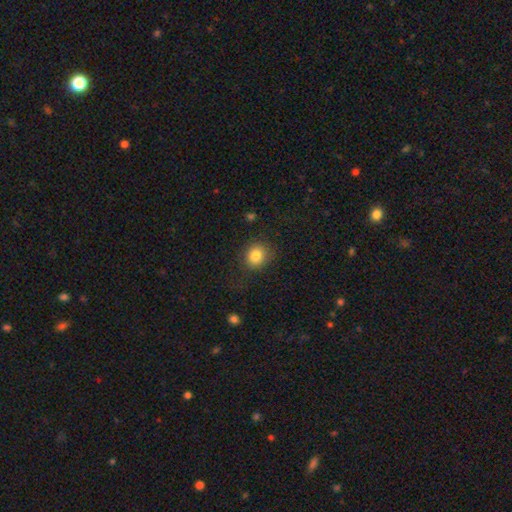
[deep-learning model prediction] smooth-or-featured: smooth: 83% | star or artifact: 10% | featured or disk: 7%
  how-rounded: round: 75% | in between: 24% | cigar-shaped: 1%
  merging: none: 81% | minor disturbance: 12% | major disturbance: 5% | merger: 1%